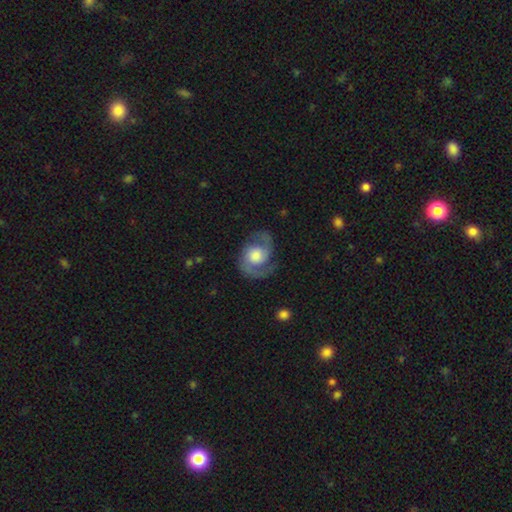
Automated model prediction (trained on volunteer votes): This appears to be a featured or disk galaxy (85%) with no bar (71%), 2 (91%) medium (55%) spiral arms (96%) and a large central bulge (44%). Merging: none (76%).